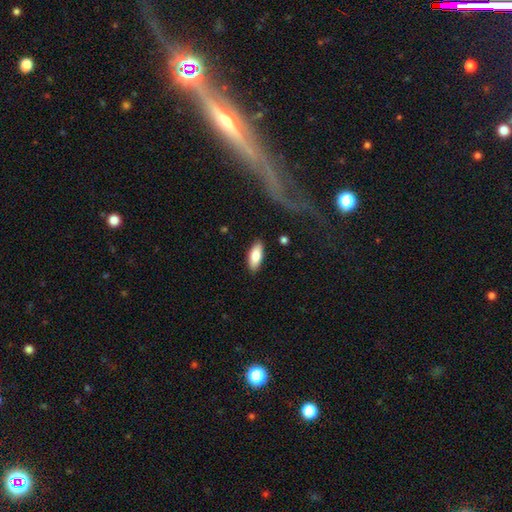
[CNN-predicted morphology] A smooth galaxy with no disk features (81%) that is in between round and cigar-shaped (78%). Merging: none (87%).